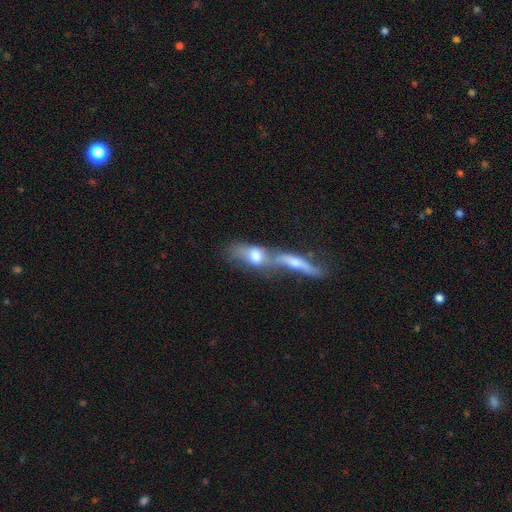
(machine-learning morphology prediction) Smooth or featured?
  - smooth: 52% *
  - featured or disk: 39%
  - star or artifact: 9%
How rounded?
  - in between: 65% *
  - cigar-shaped: 26%
  - round: 8%
Merging?
  - merger: 71% *
  - none: 15%
  - major disturbance: 8%
  - minor disturbance: 7%